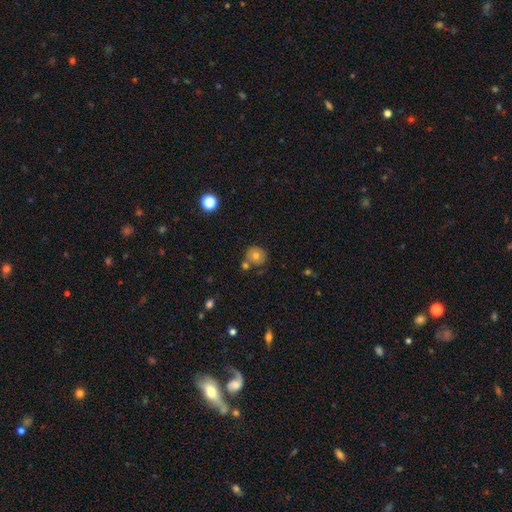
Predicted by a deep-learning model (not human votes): Smooth or featured: smooth — 70% (featured or disk — 18%)
How rounded: round — 90% (in between — 9%)
Merging: none — 69% (merger — 15%)